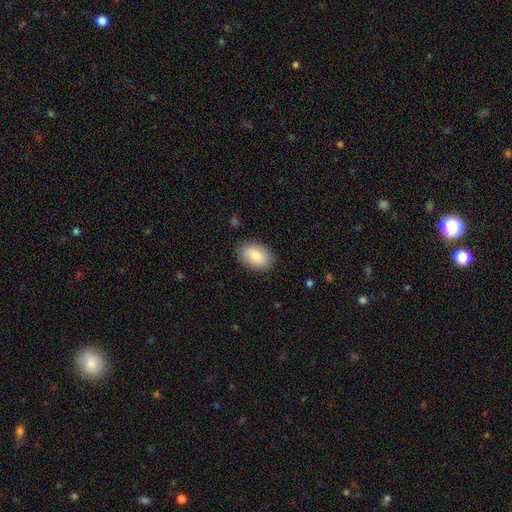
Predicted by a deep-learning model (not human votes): The model was most divided on "merging": none: 86%, minor disturbance: 10%, major disturbance: 3%, merger: 1%. More confident: how rounded — in between (88%); smooth or featured — smooth (86%).